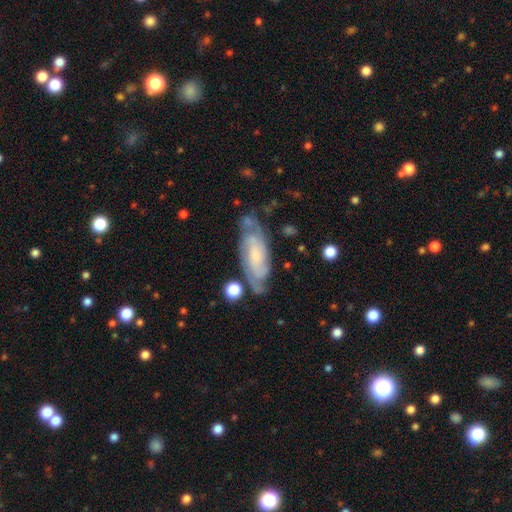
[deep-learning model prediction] smooth_or_featured: featured or disk (p=0.82) [alt: smooth p=0.12]
disk_edge_on: no (p=0.92) [alt: yes p=0.08]
bar: no (p=0.58) [alt: weak p=0.33]
has_spiral_arms: yes (p=0.96) [alt: no p=0.04]
spiral_winding: tight (p=0.60) [alt: medium p=0.33]
spiral_arm_count: 2 (p=0.49) [alt: can't tell p=0.20]
bulge_size: small (p=0.55) [alt: moderate p=0.22]
merging: none (p=0.73) [alt: minor disturbance p=0.18]